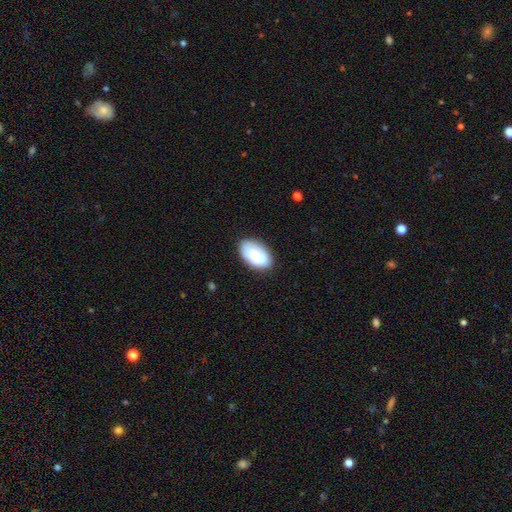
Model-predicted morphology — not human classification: smooth 71%, featured or disk 22%, star or artifact 6%. Down the decision tree: how rounded — in between (93%); merging — none (82%).